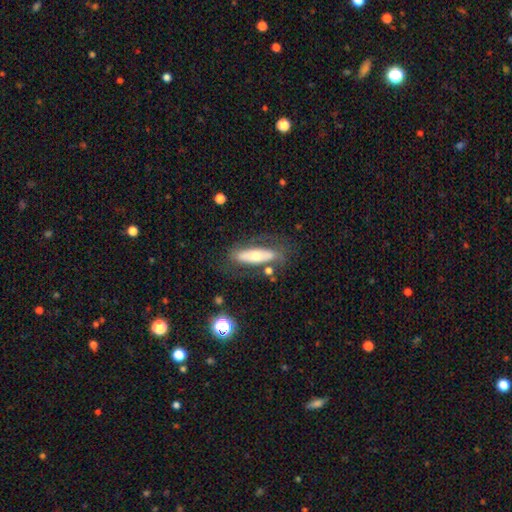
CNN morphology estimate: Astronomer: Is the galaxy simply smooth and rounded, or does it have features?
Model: smooth — 51% (runner-up: featured or disk, 43%).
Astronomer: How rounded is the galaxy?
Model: cigar-shaped — 52% (runner-up: in between, 46%).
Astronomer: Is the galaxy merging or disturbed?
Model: none — 69%.